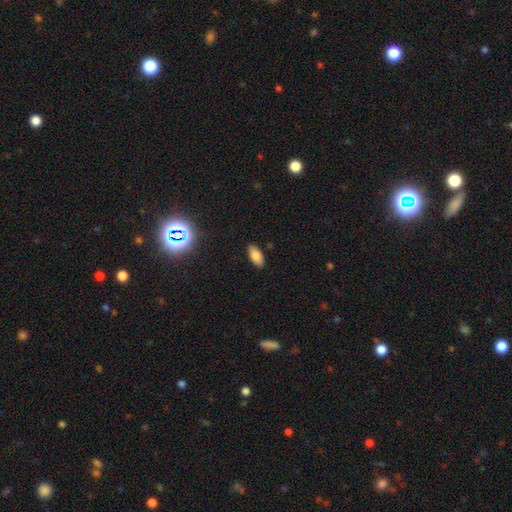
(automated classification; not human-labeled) Smooth or featured? smooth (82%)
How rounded? in between (90%)
Merging? none (88%)